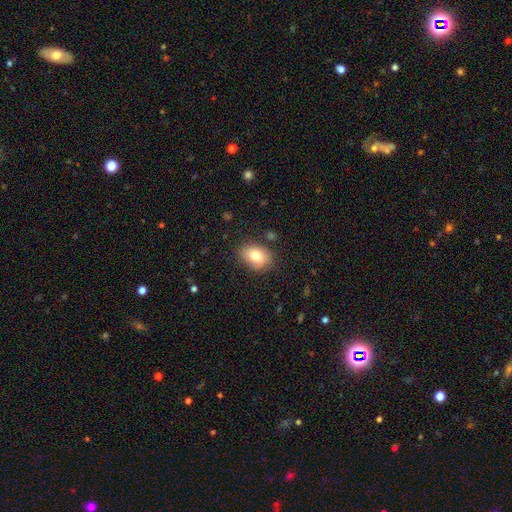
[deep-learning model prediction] Smooth or featured: smooth — 78% (featured or disk — 13%)
How rounded: in between — 74% (round — 25%)
Merging: none — 82% (minor disturbance — 13%)